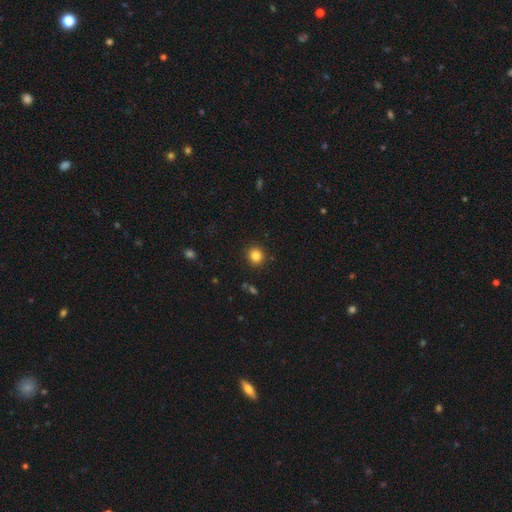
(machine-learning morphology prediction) Smooth or featured? smooth (84%)
How rounded? round (89%)
Merging? none (91%)